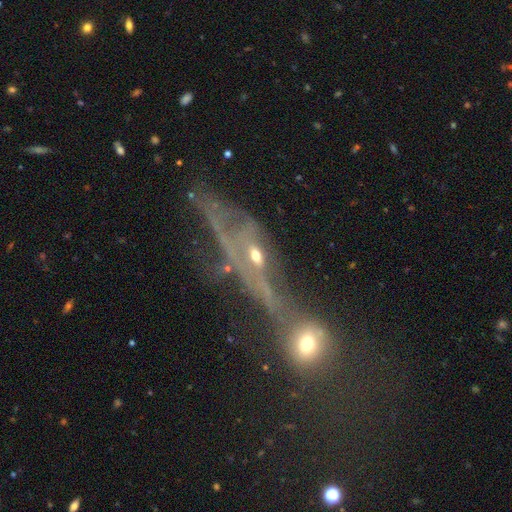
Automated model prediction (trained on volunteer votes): Smooth or featured? Predicted: featured or disk (p=0.59). Edge-on disk? Predicted: no (p=0.67). Merging? Predicted: major disturbance (p=0.37).